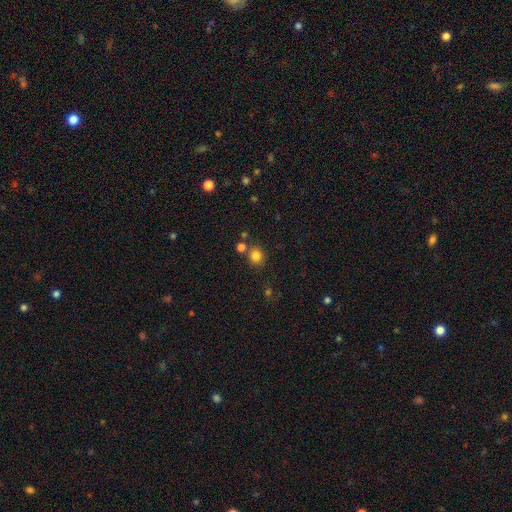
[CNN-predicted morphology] smooth 81%, star or artifact 13%, featured or disk 5%. Down the decision tree: how rounded — round (83%); merging — none (76%).